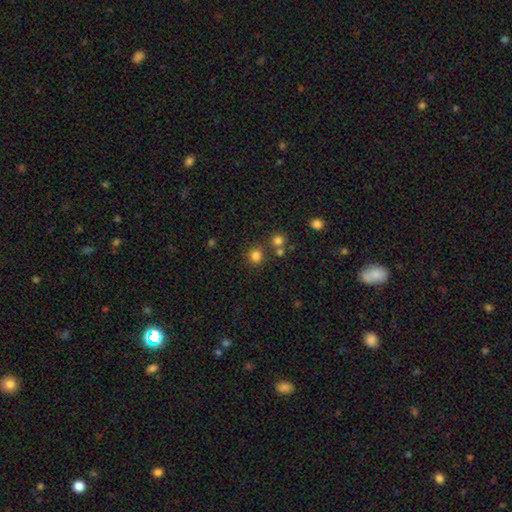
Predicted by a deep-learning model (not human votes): Smooth or featured? Predicted: smooth (p=0.80). How rounded? Predicted: round (p=0.91). Merging? Predicted: none (p=0.78).